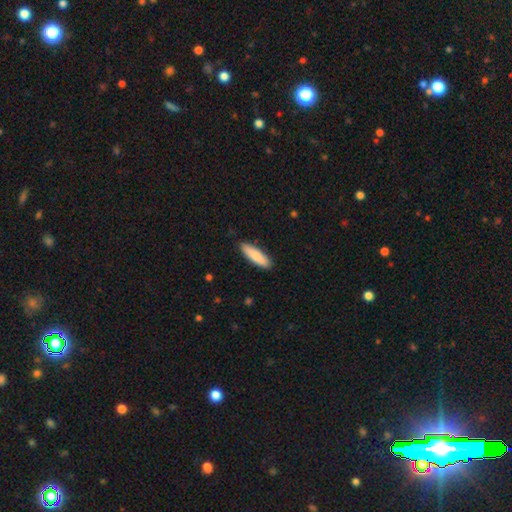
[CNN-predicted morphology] type=smooth (83%); roundness=cigar-shaped (58%); merging=none (89%).